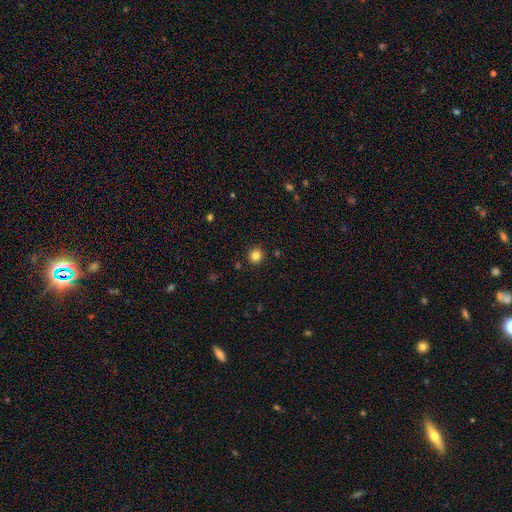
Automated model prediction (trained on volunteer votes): Overall: smooth (83%). How rounded: round (92%). Merging: none (91%).